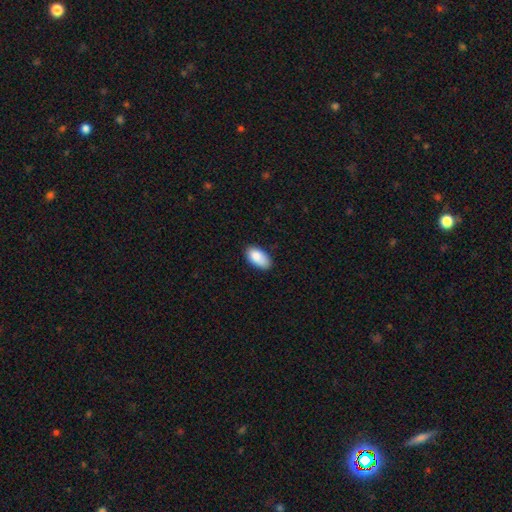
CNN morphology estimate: smooth 86%, star or artifact 7%, featured or disk 7%. Down the decision tree: how rounded — in between (94%); merging — none (75%).